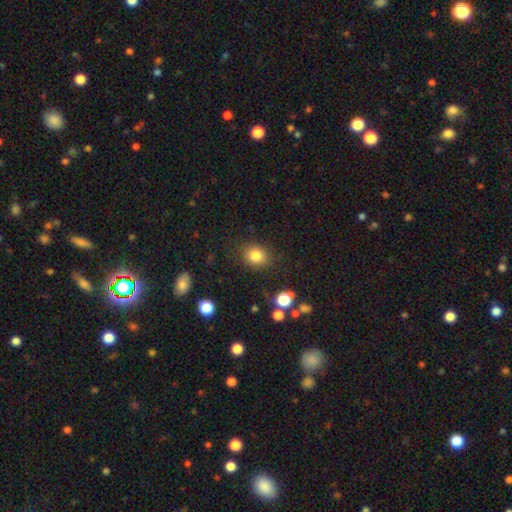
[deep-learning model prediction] Smooth or featured? smooth (81%)
How rounded? round (59%)
Merging? none (83%)